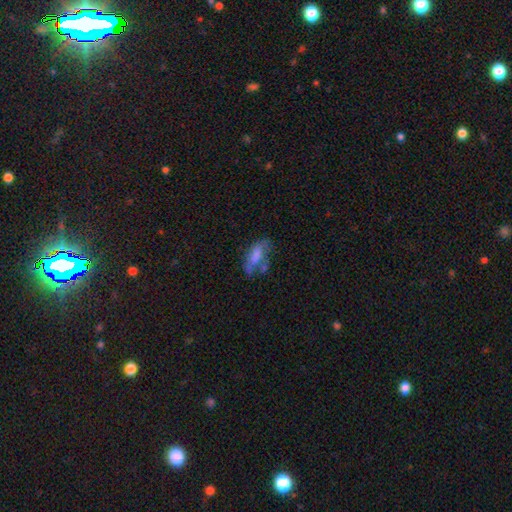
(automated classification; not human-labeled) Overall: smooth (59%; featured or disk 31%). How rounded: in between (78%). Merging: none (35%; minor disturbance 25%).